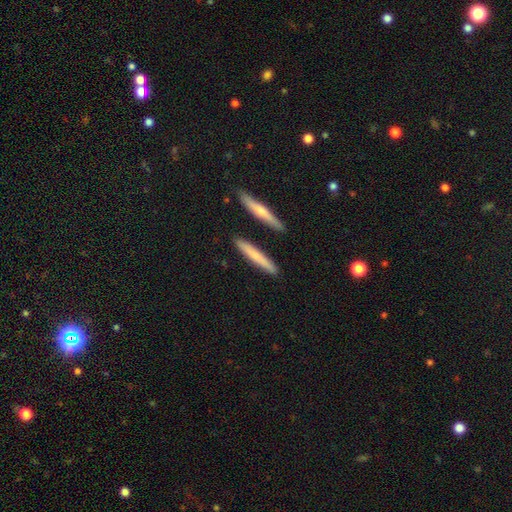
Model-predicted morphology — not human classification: The model was most divided on "smooth or featured": smooth: 62%, featured or disk: 32%, star or artifact: 6%. More confident: how rounded — cigar-shaped (93%); merging — none (85%).